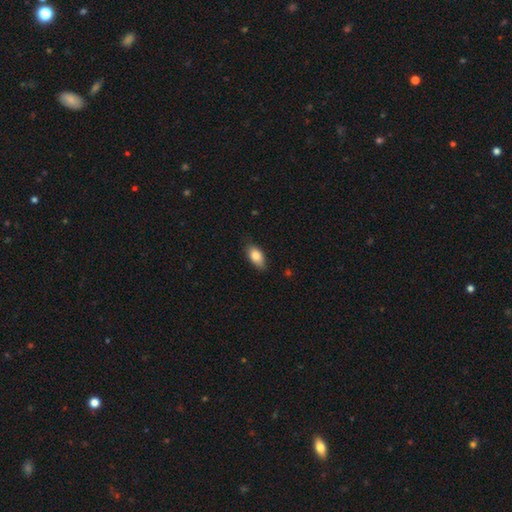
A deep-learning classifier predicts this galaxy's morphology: Smooth or featured?
  - smooth: 84% *
  - featured or disk: 9%
  - star or artifact: 7%
How rounded?
  - in between: 90% *
  - cigar-shaped: 5%
  - round: 4%
Merging?
  - none: 78% *
  - minor disturbance: 19%
  - major disturbance: 3%
  - merger: 1%